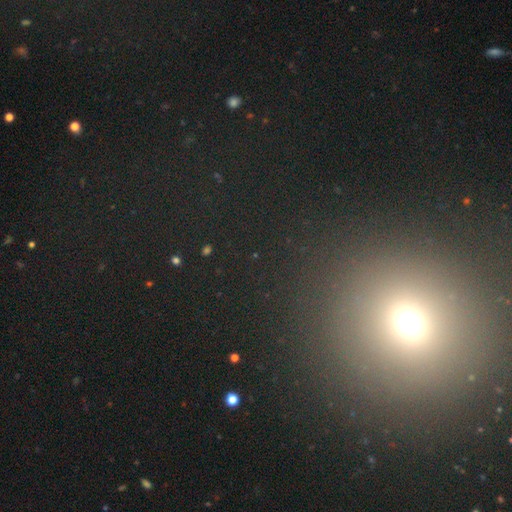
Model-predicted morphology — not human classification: This is possibly a star or artifact rather than a galaxy (51%).